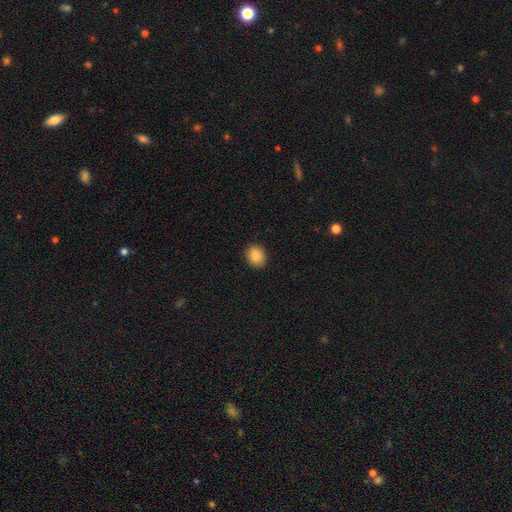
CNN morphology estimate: This is clearly a smooth galaxy (88%). How rounded: possibly round (54%). Merging: clearly none (90%).